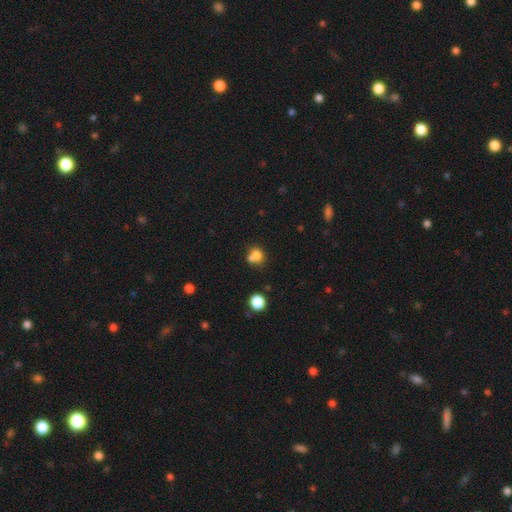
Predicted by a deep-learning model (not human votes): Morphology: type=smooth (75%); roundness=round (75%); merging=merger (45%).